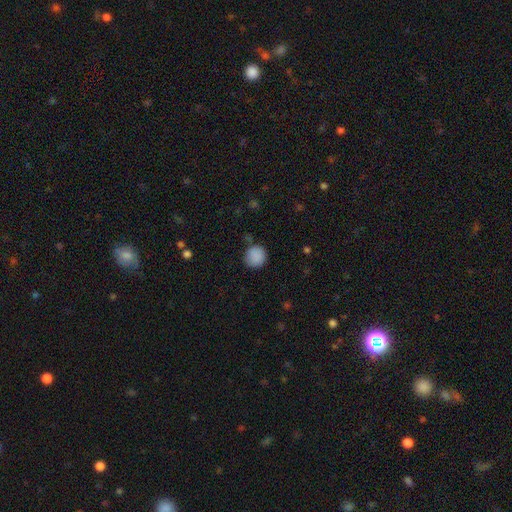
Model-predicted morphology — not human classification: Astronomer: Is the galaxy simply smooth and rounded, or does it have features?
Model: smooth — 88%.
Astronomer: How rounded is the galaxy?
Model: round — 91%.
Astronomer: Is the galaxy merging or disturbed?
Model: none — 81%.